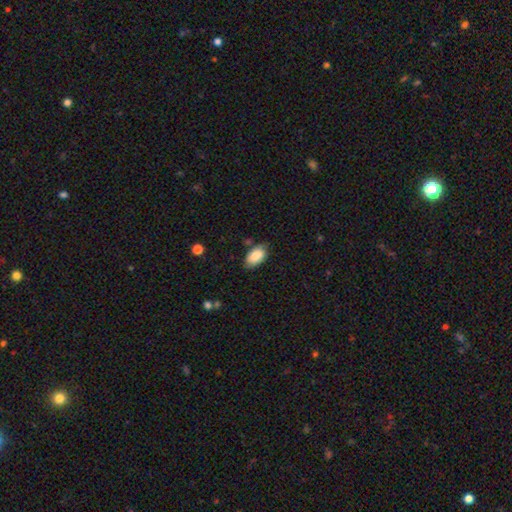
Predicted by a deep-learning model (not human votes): Morphology: type=smooth (86%); roundness=in between (94%); merging=none (72%).